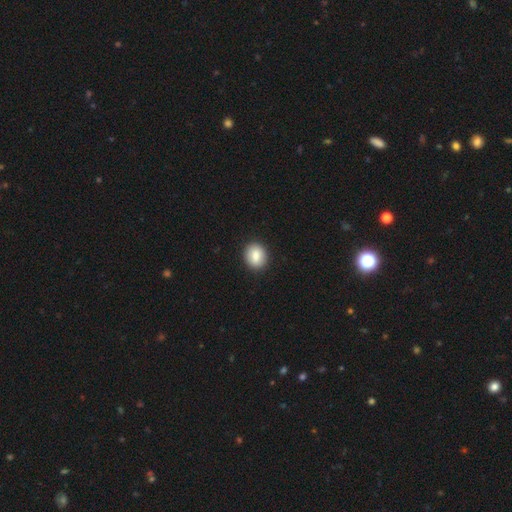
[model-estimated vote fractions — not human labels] A smooth galaxy with no disk features (84%) that is round (62%). Merging: none (90%).